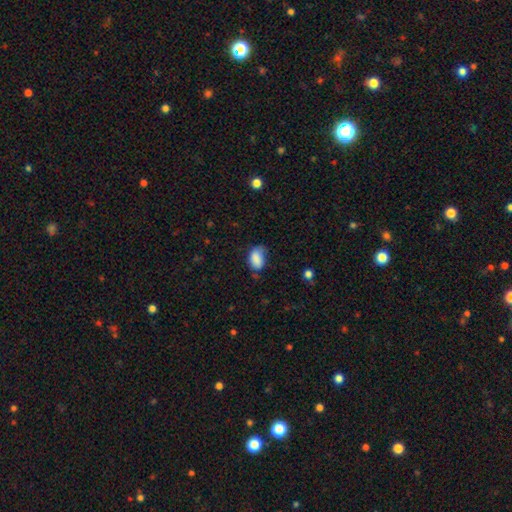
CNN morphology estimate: This appears to be a smooth galaxy with no disk features (84%) that is in between round and cigar-shaped (88%). Merging: none (48%).